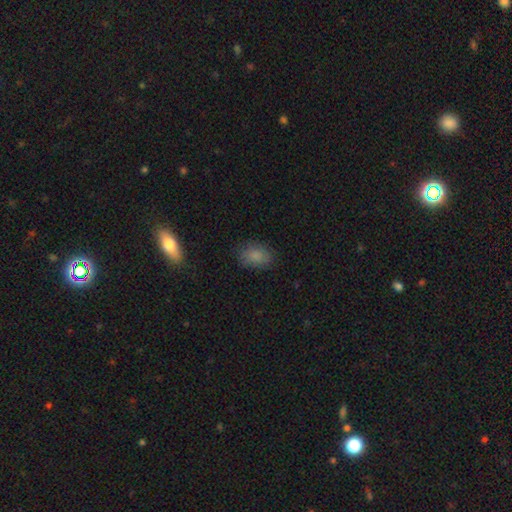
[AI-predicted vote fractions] A smooth galaxy with no disk features (84%) that is in between round and cigar-shaped (80%). Merging: none (81%).